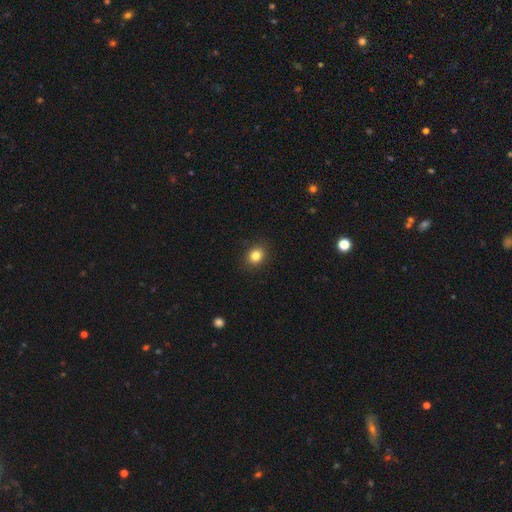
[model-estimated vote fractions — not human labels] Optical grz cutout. It shows a smooth galaxy with no disk features (83%) that is round (65%). Merging: none (90%).